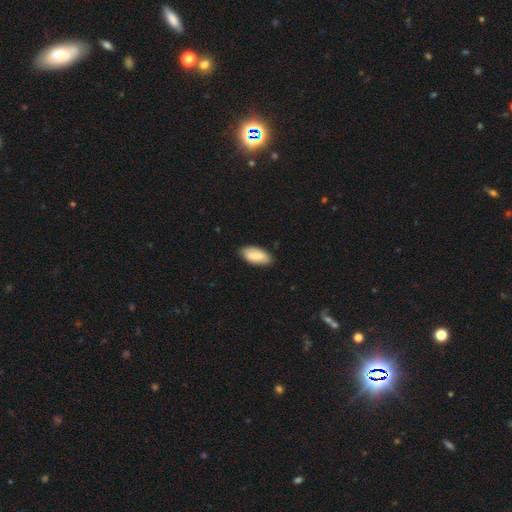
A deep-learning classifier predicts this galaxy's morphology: Smooth or featured? Predicted: smooth (p=0.75). How rounded? Predicted: in between (p=0.90). Merging? Predicted: none (p=0.84).